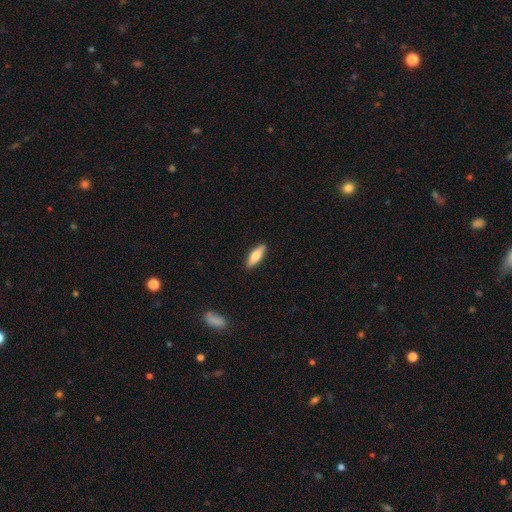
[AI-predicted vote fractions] Smooth or featured: smooth — 75% (featured or disk — 20%)
How rounded: in between — 56% (cigar-shaped — 42%)
Merging: none — 89% (minor disturbance — 8%)